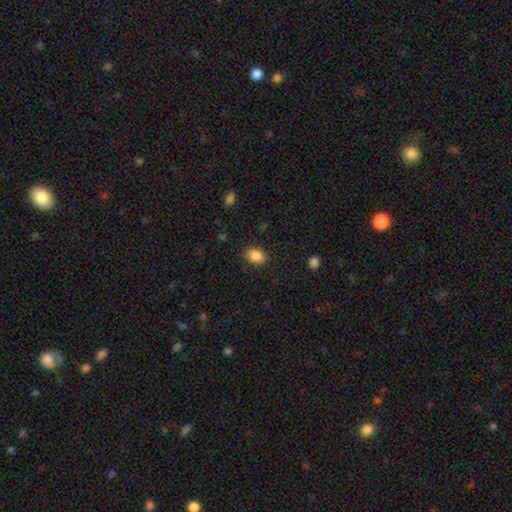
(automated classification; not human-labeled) Smooth or featured? smooth (87%)
How rounded? in between (57%)
Merging? none (86%)